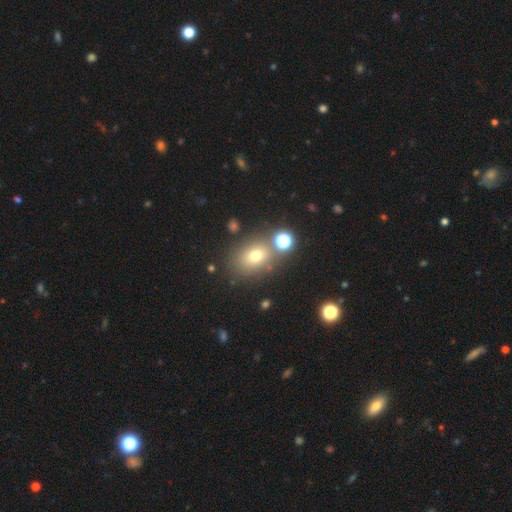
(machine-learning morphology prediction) smooth 69%, star or artifact 17%, featured or disk 14%. Down the decision tree: how rounded — in between (60%); merging — none (71%).